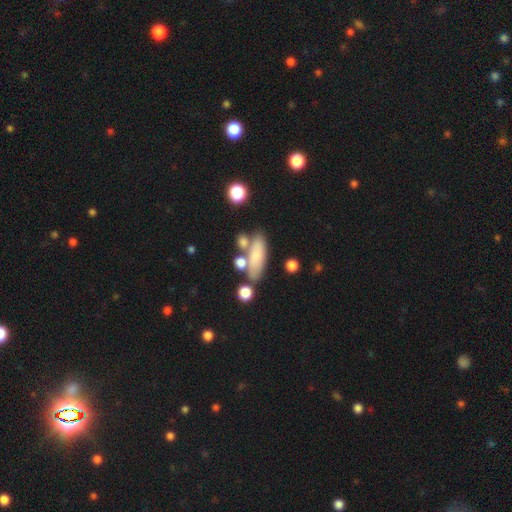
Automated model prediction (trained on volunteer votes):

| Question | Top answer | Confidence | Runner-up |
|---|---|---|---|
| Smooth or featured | smooth | 70% | featured or disk (22%) |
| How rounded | in between | 63% | cigar-shaped (32%) |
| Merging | none | 58% | merger (19%) |